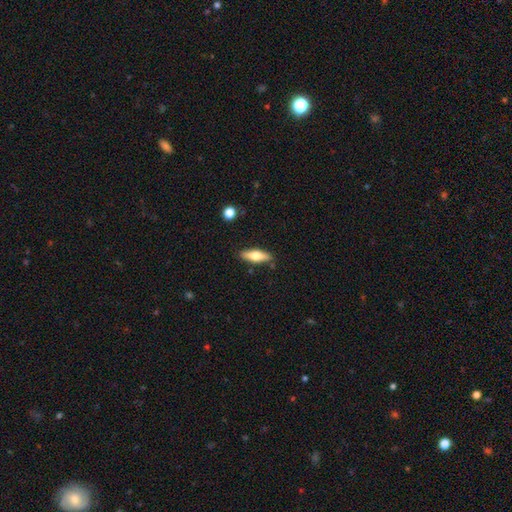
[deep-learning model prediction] Q: Smooth or featured?
A: smooth (61%); runner-up: featured or disk (33%)
Q: How rounded?
A: cigar-shaped (49%); tied with: in between (49%)
Q: Merging?
A: none (85%); runner-up: minor disturbance (11%)